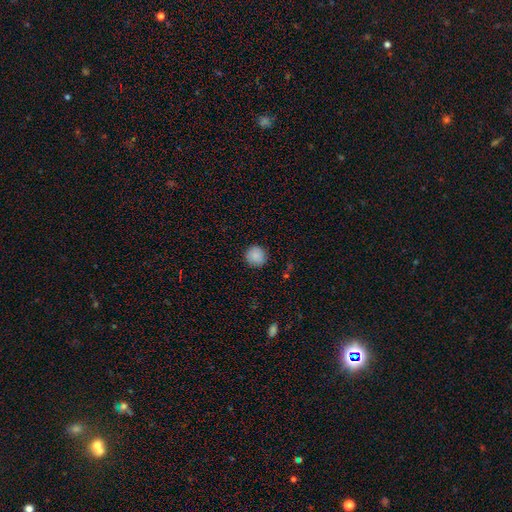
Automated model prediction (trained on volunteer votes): The model was most divided on "smooth or featured": smooth: 88%, star or artifact: 8%, featured or disk: 4%. More confident: how rounded — round (94%); merging — none (90%).